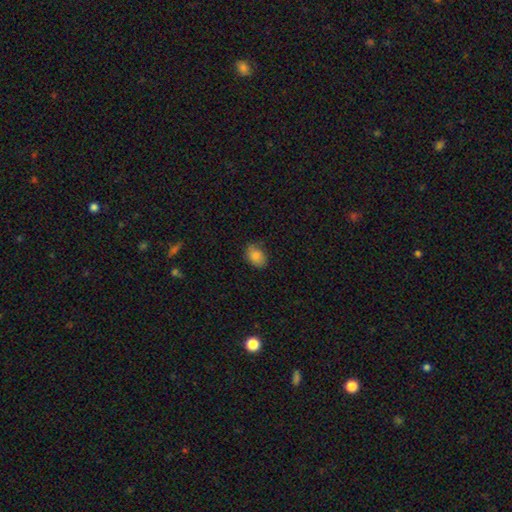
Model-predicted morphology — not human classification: smooth 82%, featured or disk 9%, star or artifact 9%. Down the decision tree: how rounded — in between (76%); merging — none (73%).